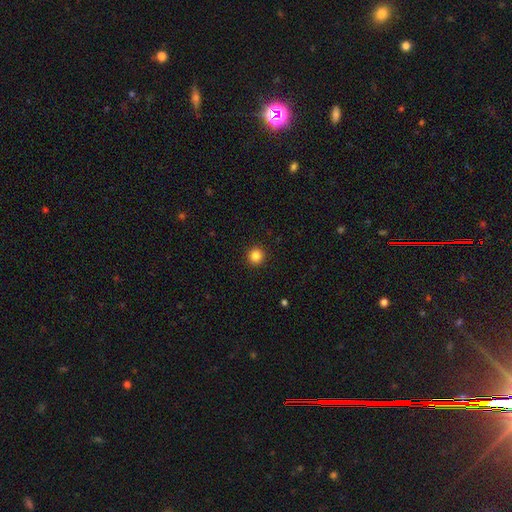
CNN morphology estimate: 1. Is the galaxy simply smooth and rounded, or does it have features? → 85% smooth, 11% star or artifact, 4% featured or disk.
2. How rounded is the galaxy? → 93% round, 6% in between, 1% cigar-shaped.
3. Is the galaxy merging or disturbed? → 93% none, 5% minor disturbance, 2% major disturbance, 1% merger.